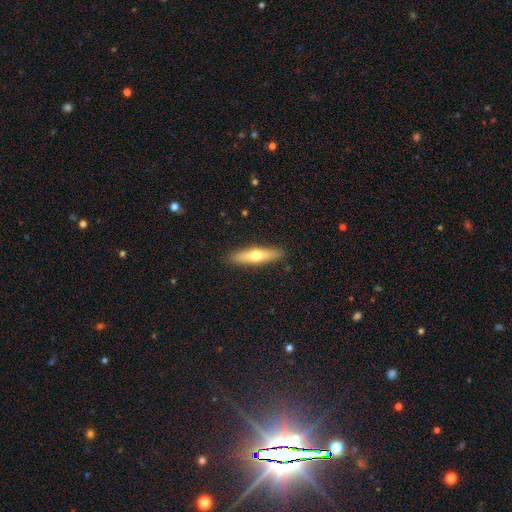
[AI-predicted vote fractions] Overall: smooth (54%; featured or disk 41%). How rounded: cigar-shaped (77%). Merging: none (90%).